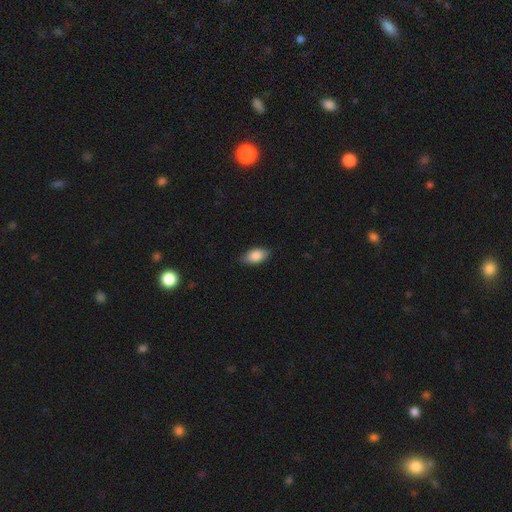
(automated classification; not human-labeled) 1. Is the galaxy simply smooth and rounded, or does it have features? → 86% smooth, 7% star or artifact, 7% featured or disk.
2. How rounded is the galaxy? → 92% in between, 4% round, 3% cigar-shaped.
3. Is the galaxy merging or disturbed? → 85% none, 11% minor disturbance, 2% major disturbance, 1% merger.